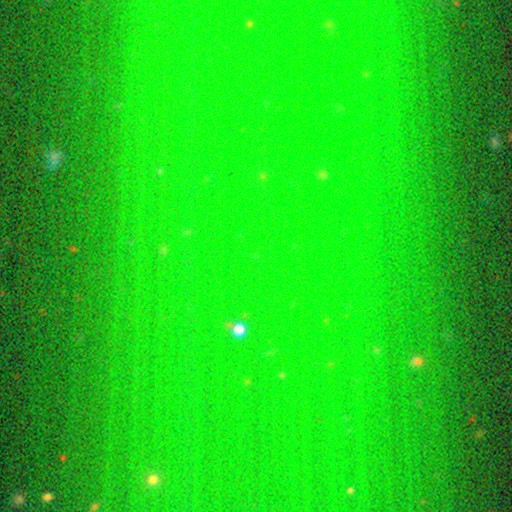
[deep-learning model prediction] Overall: star or artifact (78%).